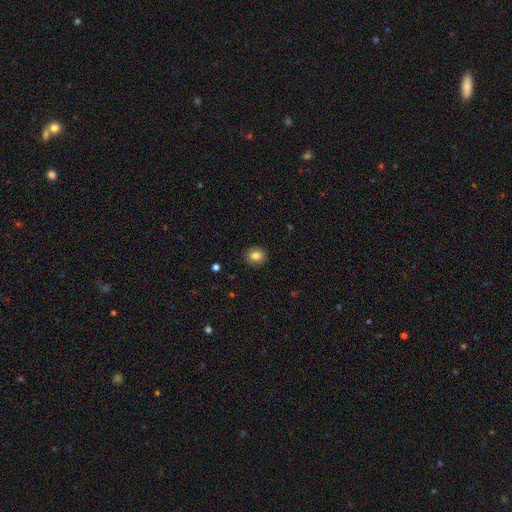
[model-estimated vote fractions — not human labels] The model was most divided on "how rounded": round: 72%, in between: 28%, cigar-shaped: 1%. More confident: merging — none (91%); smooth or featured — smooth (84%).